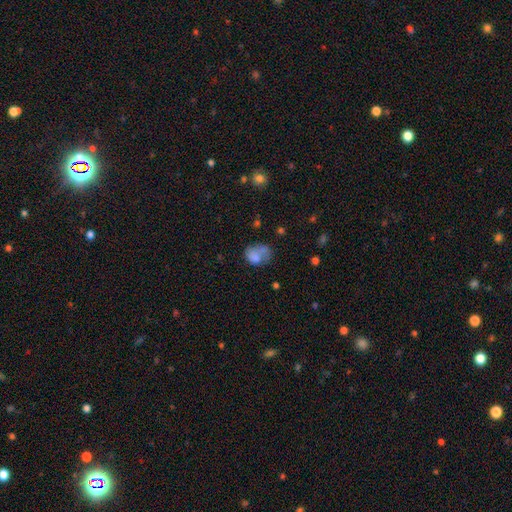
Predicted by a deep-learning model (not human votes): The model was most divided on "merging": merger: 32%, none: 29%, minor disturbance: 21%, major disturbance: 18%. More confident: smooth or featured — smooth (71%); how rounded — in between (61%).